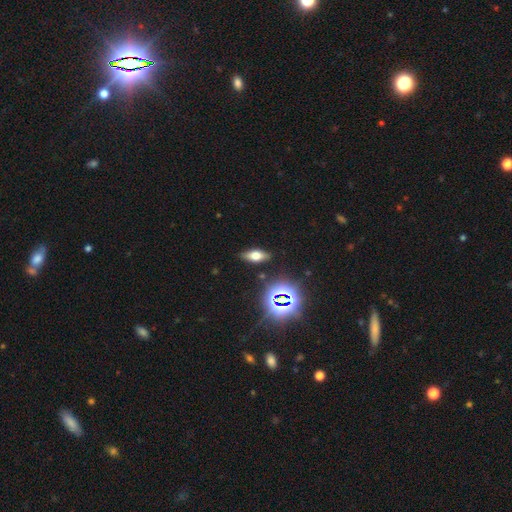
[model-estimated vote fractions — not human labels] Morphology: type=smooth (52%); roundness=in between (74%); merging=none (86%).